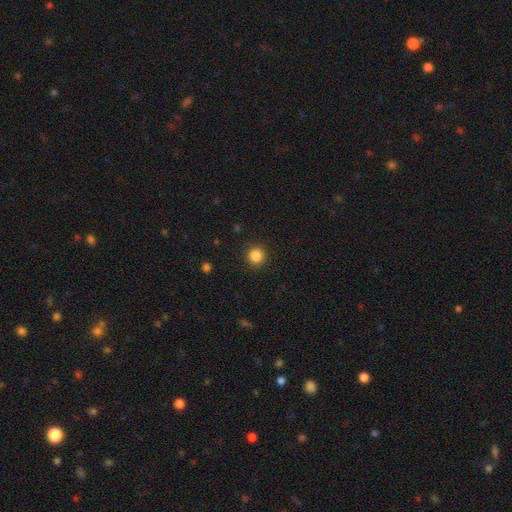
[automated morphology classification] A smooth galaxy with no disk features (86%) that is round (94%). Merging: none (92%).